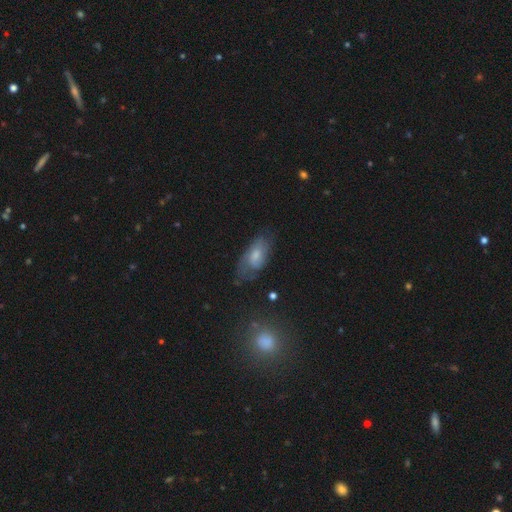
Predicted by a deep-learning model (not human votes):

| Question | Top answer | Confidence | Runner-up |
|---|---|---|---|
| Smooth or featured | smooth | 47% | featured or disk (44%) |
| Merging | none | 55% | minor disturbance (28%) |